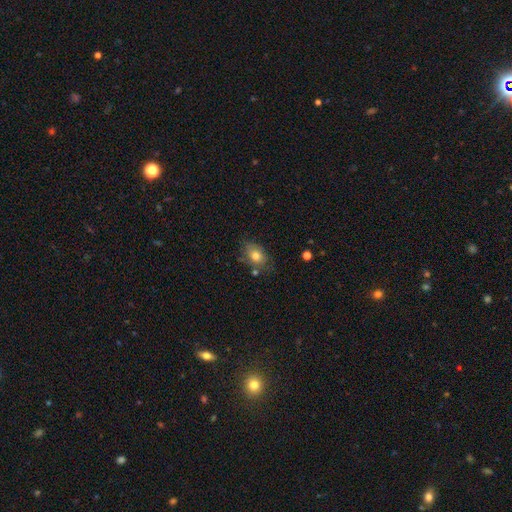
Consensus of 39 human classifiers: Q: Smooth or featured?
A: smooth (90%); runner-up: featured or disk (10%)
Q: How rounded?
A: in between (80%); runner-up: round (20%)
Q: Merging?
A: none (67%); runner-up: minor disturbance (31%)